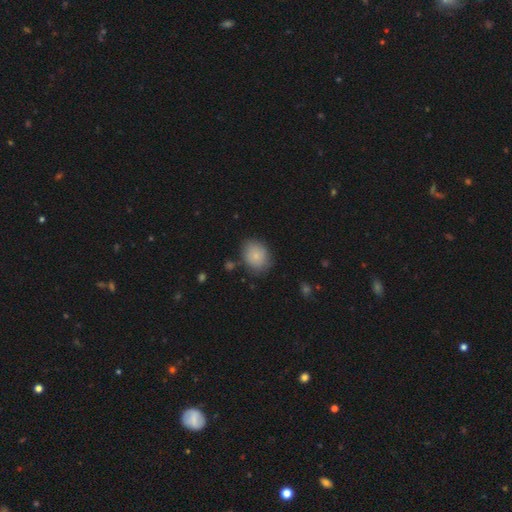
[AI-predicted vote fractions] Smooth or featured? smooth (81%)
How rounded? in between (54%)
Merging? none (74%)